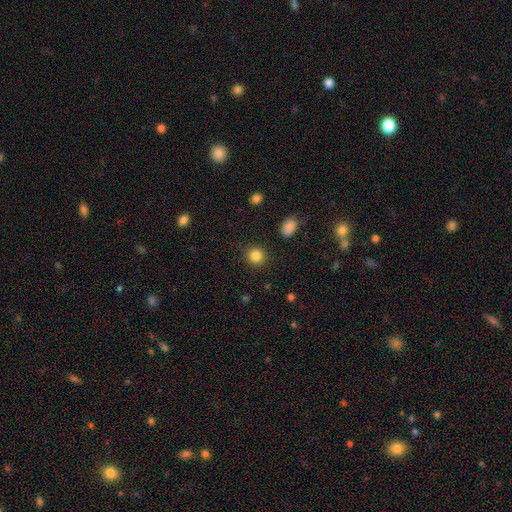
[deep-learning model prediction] Smooth or featured? smooth (85%)
How rounded? round (89%)
Merging? none (90%)